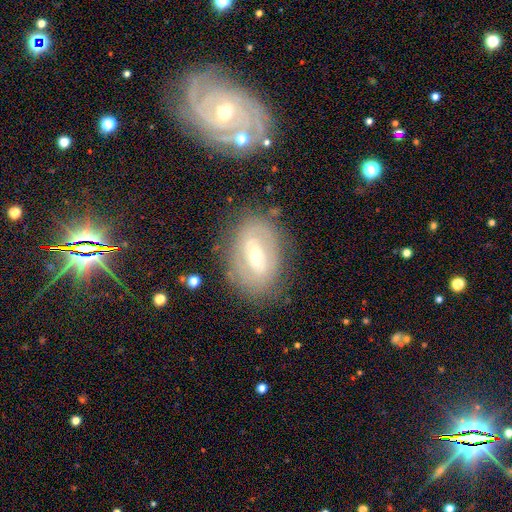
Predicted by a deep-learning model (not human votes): Overall: featured or disk (71%). Edge-on disk: no (92%). Bar: strong (41%, tied with weak). Spiral arms: yes (55%; no 45%). Bulge size: small (54%; moderate 43%). Merging: none (78%).